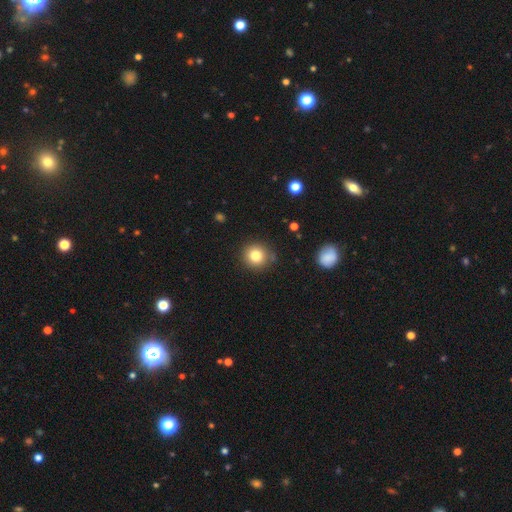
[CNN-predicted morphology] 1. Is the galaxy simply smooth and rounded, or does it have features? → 82% smooth, 11% star or artifact, 7% featured or disk.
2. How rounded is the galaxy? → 90% round, 9% in between, 1% cigar-shaped.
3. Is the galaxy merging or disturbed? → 83% none, 11% minor disturbance, 3% major disturbance, 2% merger.